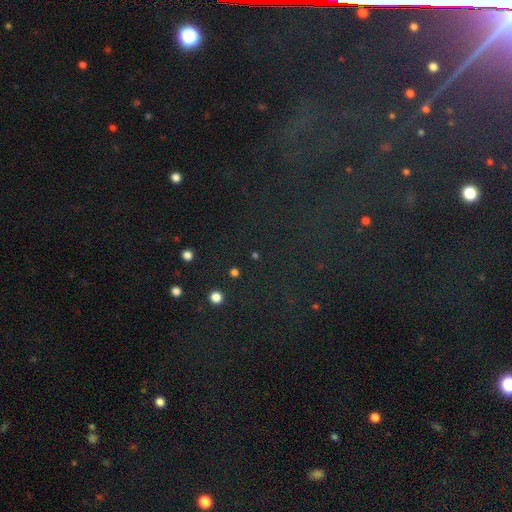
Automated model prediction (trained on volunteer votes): Smooth or featured? star or artifact (69%)